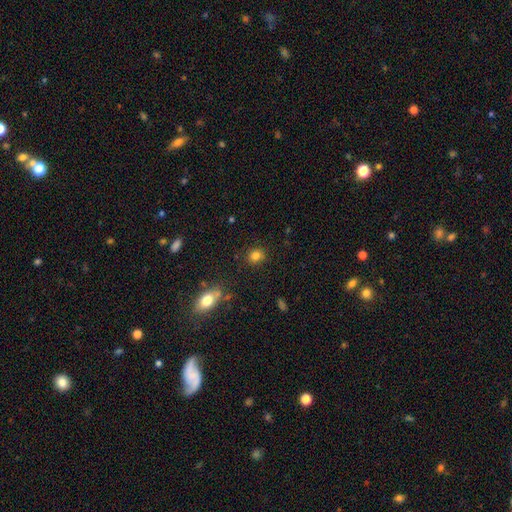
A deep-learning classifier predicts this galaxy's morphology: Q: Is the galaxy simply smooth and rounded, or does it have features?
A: smooth — 81%.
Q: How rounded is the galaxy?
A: round — 74%.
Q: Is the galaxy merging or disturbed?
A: none — 85%.